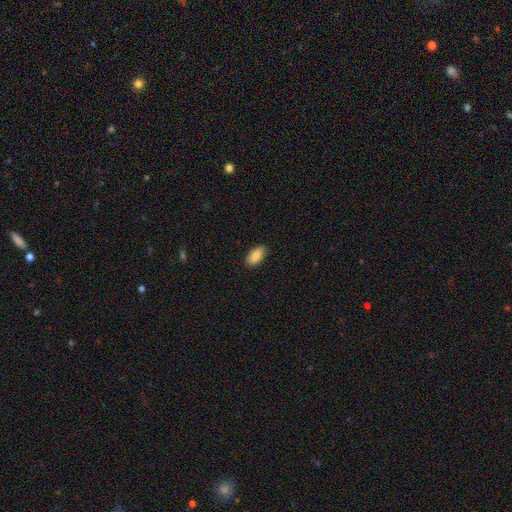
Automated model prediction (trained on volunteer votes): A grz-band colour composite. It shows a smooth galaxy with no disk features (86%) that is in between round and cigar-shaped (93%). Merging: none (86%).